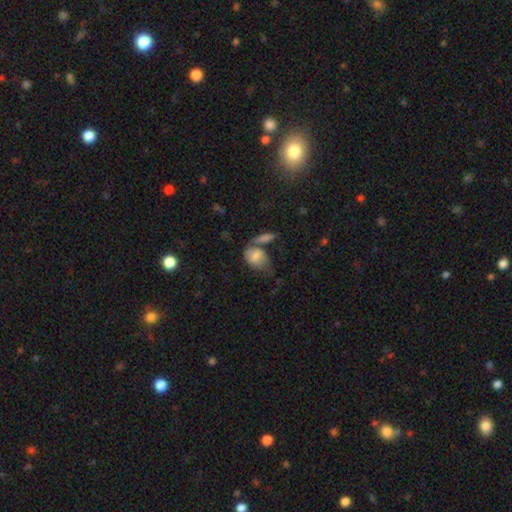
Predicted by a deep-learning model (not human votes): A smooth galaxy with no disk features (74%) that is in between round and cigar-shaped (72%).

Vote fractions:
- Smooth or featured? smooth: 74% / featured or disk: 18% / star or artifact: 8%
- How rounded? in between: 72% / round: 26% / cigar-shaped: 2%
- Merging? merger: 33% / none: 32% / minor disturbance: 23% / major disturbance: 13%